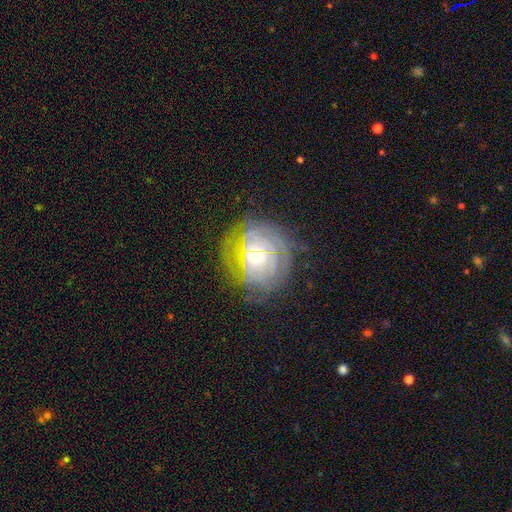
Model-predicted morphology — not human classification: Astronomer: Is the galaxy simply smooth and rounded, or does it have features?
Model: featured or disk — 72%.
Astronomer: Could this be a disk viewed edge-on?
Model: no — 96%.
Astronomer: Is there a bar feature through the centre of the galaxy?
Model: no — 76%.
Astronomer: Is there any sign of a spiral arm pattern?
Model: yes — 86%.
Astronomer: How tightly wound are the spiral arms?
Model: tight — 75%.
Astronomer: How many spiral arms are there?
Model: can't tell — 50%.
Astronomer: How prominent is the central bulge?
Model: small — 59% (runner-up: moderate, 36%).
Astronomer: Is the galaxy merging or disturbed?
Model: none — 72%.